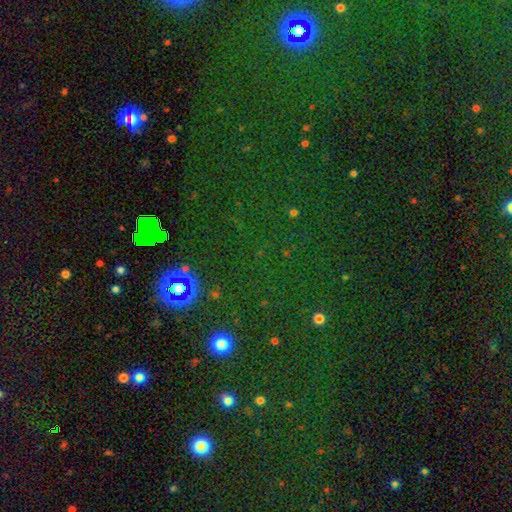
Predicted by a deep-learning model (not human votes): Morphology: type=star or artifact (74%).